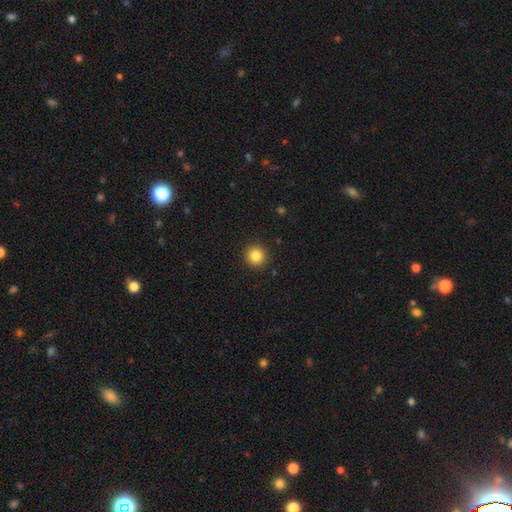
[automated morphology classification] This appears to be a smooth galaxy with no disk features (84%) that is round (95%). Merging: none (92%).